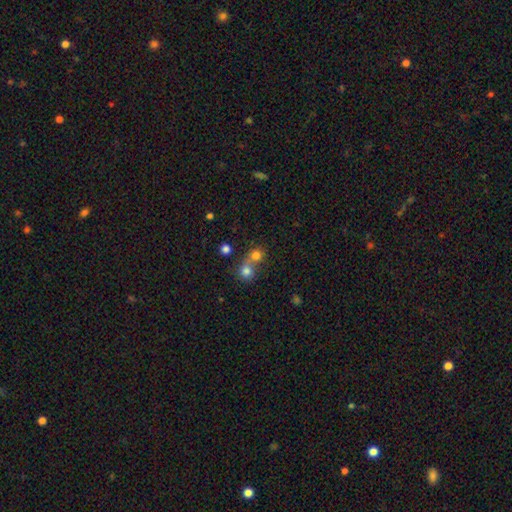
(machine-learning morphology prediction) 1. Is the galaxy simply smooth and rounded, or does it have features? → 76% smooth, 14% star or artifact, 10% featured or disk.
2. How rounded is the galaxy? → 85% round, 14% in between, 1% cigar-shaped.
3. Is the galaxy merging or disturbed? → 53% merger, 39% none, 5% minor disturbance, 3% major disturbance.